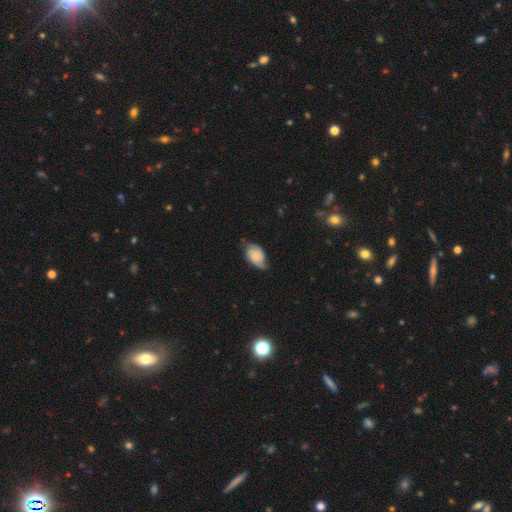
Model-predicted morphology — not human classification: smooth 49%, featured or disk 43%, star or artifact 8%. Down the decision tree: merging — none (49%).